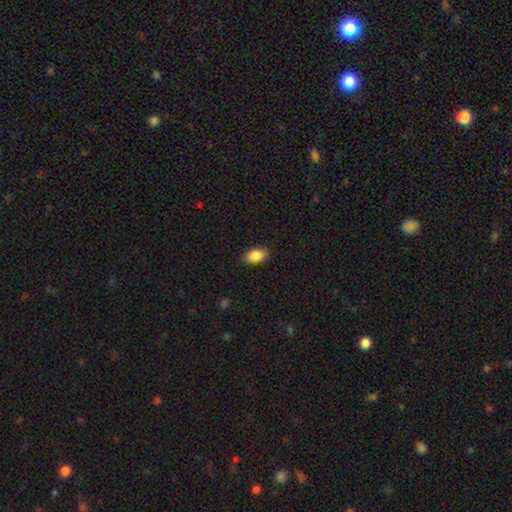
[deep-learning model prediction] Smooth or featured: smooth — 87% (star or artifact — 7%)
How rounded: in between — 91% (round — 7%)
Merging: none — 84% (minor disturbance — 12%)